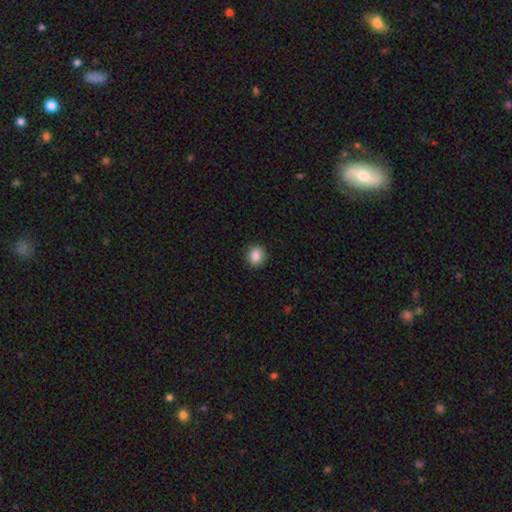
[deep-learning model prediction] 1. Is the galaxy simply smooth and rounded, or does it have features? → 87% smooth, 9% star or artifact, 4% featured or disk.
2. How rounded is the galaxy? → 73% round, 26% in between, 1% cigar-shaped.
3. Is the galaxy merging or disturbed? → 89% none, 8% minor disturbance, 2% major disturbance, 1% merger.